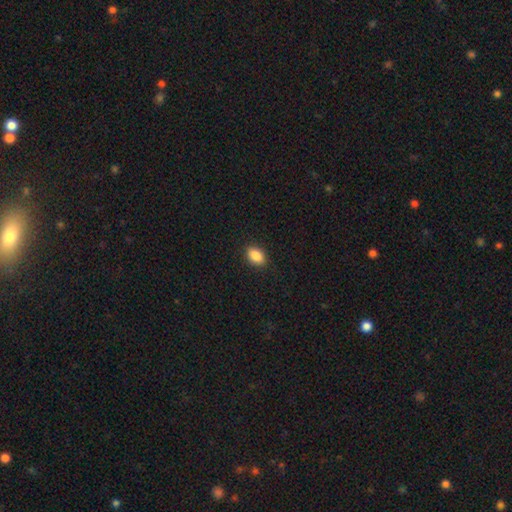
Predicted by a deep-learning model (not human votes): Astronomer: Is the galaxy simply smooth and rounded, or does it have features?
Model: smooth — 89%.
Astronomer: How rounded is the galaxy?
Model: in between — 85%.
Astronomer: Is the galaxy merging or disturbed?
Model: none — 90%.